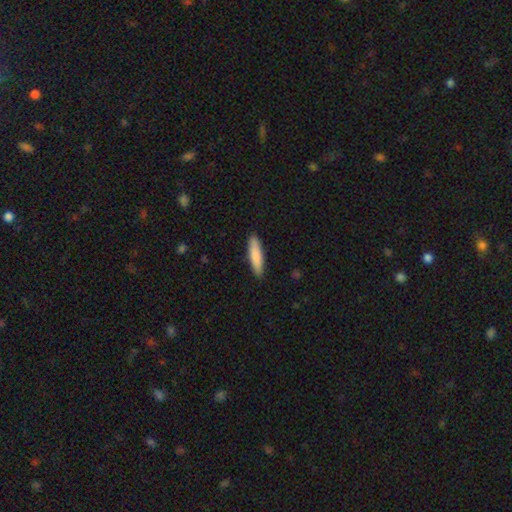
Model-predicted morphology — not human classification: This is clearly a smooth galaxy (86%). How rounded: likely cigar-shaped (74%). Merging: clearly none (89%).